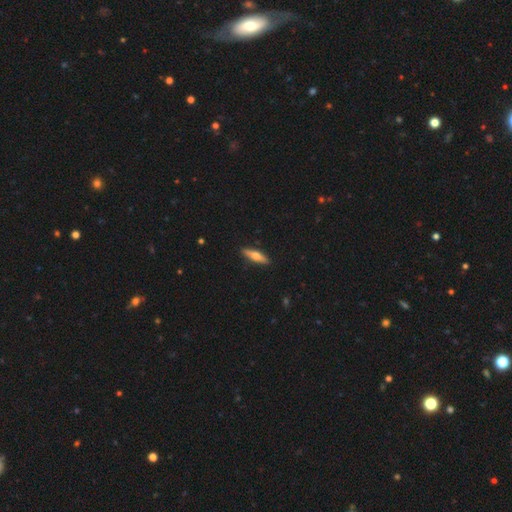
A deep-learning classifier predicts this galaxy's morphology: type=smooth (50%); roundness=cigar-shaped (71%); merging=none (90%).